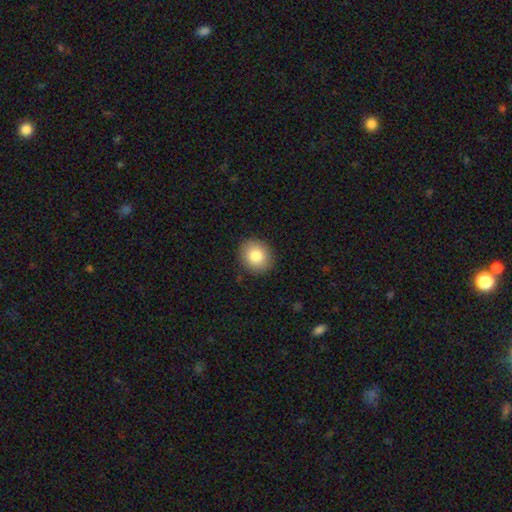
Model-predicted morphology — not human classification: Overall: smooth (83%). How rounded: round (71%). Merging: none (89%).